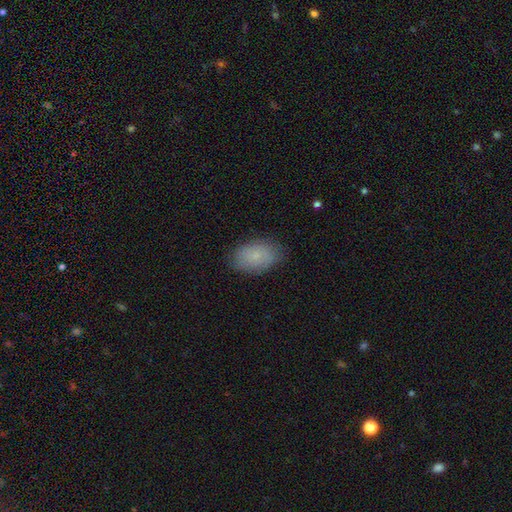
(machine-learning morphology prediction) smooth-or-featured: smooth: 77% | featured or disk: 15% | star or artifact: 8%
  how-rounded: in between: 89% | round: 10% | cigar-shaped: 1%
  merging: none: 82% | minor disturbance: 14% | major disturbance: 3% | merger: 1%